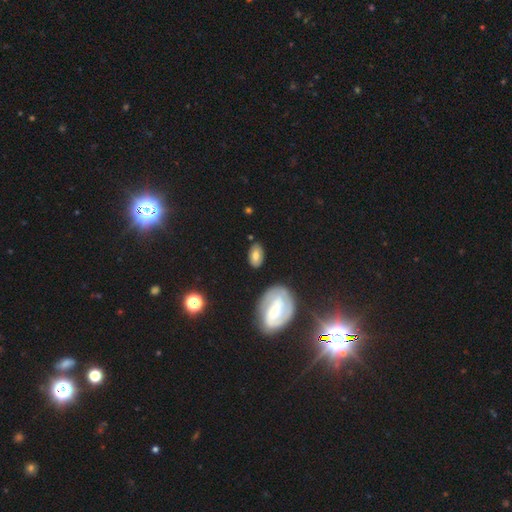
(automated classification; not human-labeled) The model was most divided on "smooth or featured": smooth: 61%, featured or disk: 31%, star or artifact: 8%. More confident: how rounded — in between (88%); merging — none (79%).